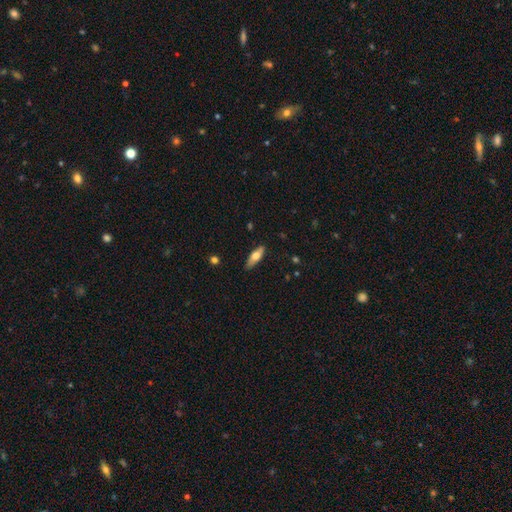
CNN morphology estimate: Overall: smooth (60%; featured or disk 34%). How rounded: in between (51%; cigar-shaped 46%). Merging: none (82%).